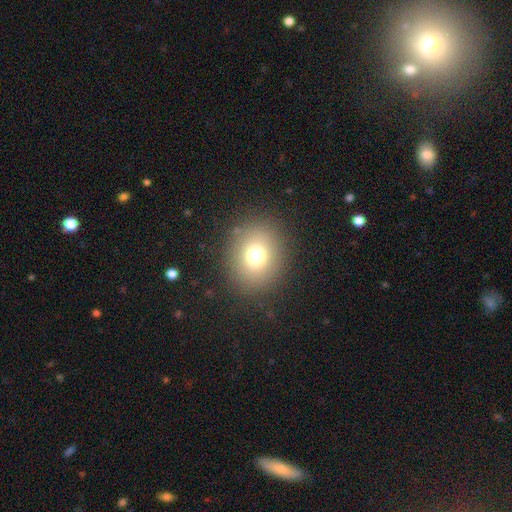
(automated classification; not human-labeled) This is likely a smooth galaxy (72%). How rounded: likely round (79%). Merging: clearly none (88%).